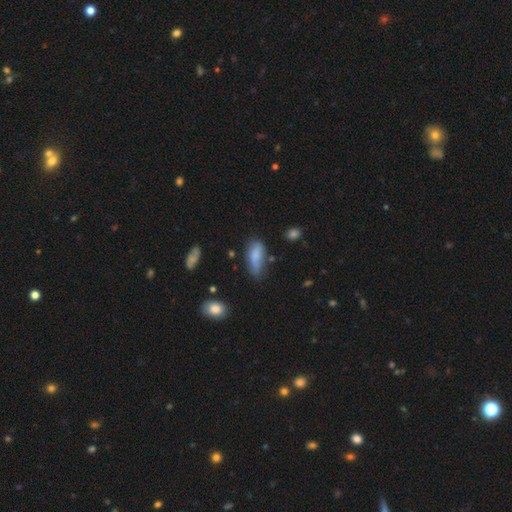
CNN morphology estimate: Smooth or featured? smooth (75%)
How rounded? in between (73%)
Merging? none (45%)